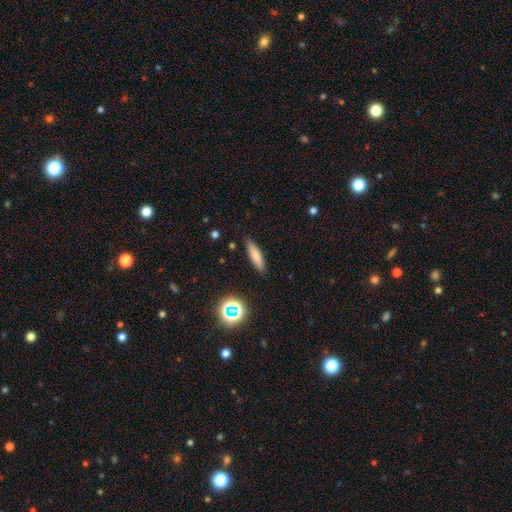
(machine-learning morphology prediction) smooth-or-featured: smooth: 76% | featured or disk: 14% | star or artifact: 10%
  how-rounded: cigar-shaped: 76% | in between: 22% | round: 2%
  merging: none: 88% | minor disturbance: 9% | major disturbance: 2% | merger: 2%